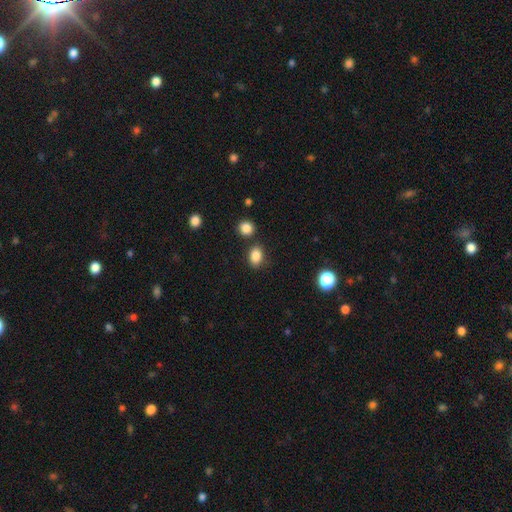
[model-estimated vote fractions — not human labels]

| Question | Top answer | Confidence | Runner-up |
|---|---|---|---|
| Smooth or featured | smooth | 85% | star or artifact (10%) |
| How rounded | in between | 70% | round (28%) |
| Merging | none | 79% | minor disturbance (10%) |